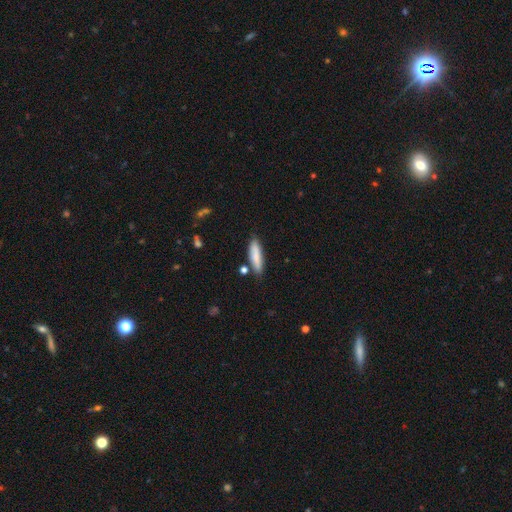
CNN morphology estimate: A smooth galaxy with no disk features (81%) that is cigar-shaped (69%).

Vote fractions:
- Smooth or featured? smooth: 81% / featured or disk: 12% / star or artifact: 6%
- How rounded? cigar-shaped: 69% / in between: 30% / round: 2%
- Merging? none: 79% / minor disturbance: 14% / merger: 4% / major disturbance: 3%